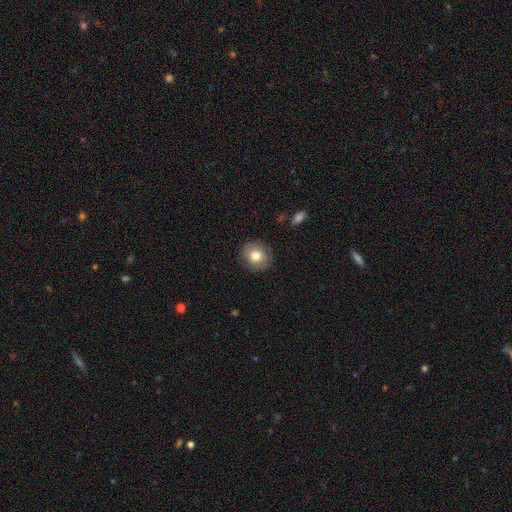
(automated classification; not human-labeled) smooth 78%, featured or disk 13%, star or artifact 9%. Down the decision tree: how rounded — round (88%); merging — none (88%).